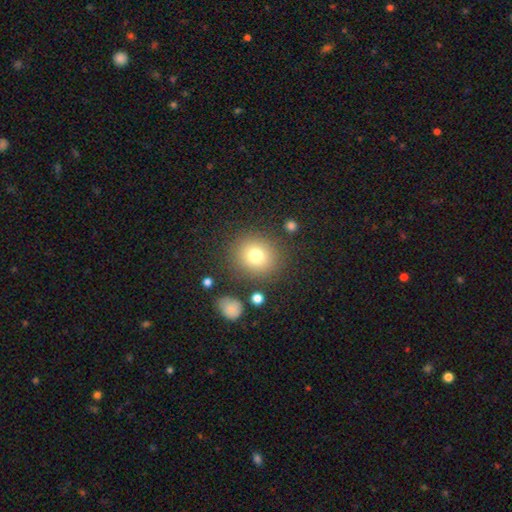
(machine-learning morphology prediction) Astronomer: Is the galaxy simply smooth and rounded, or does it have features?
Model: smooth — 76%.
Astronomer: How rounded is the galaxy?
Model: round — 86%.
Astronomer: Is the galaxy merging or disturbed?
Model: none — 83%.